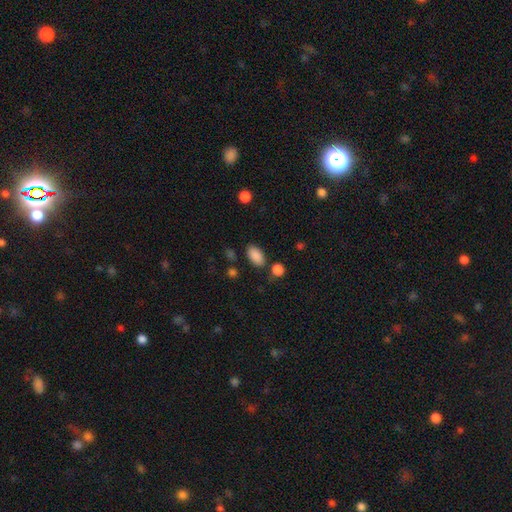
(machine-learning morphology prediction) smooth-or-featured: smooth: 88% | star or artifact: 8% | featured or disk: 4%
  how-rounded: in between: 93% | round: 5% | cigar-shaped: 2%
  merging: none: 78% | minor disturbance: 12% | merger: 6% | major disturbance: 4%